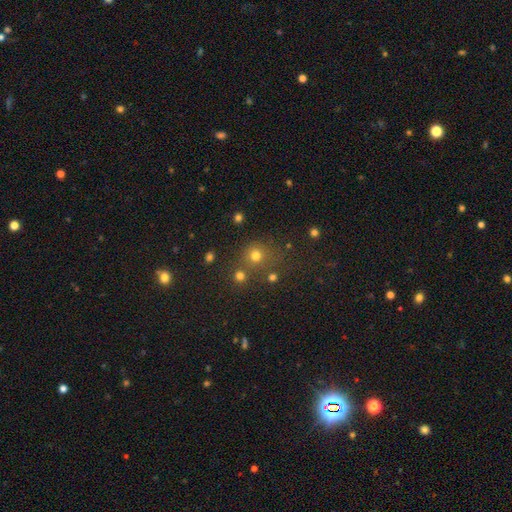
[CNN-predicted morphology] smooth 71%, star or artifact 21%, featured or disk 7%. Down the decision tree: how rounded — round (88%); merging — none (68%).